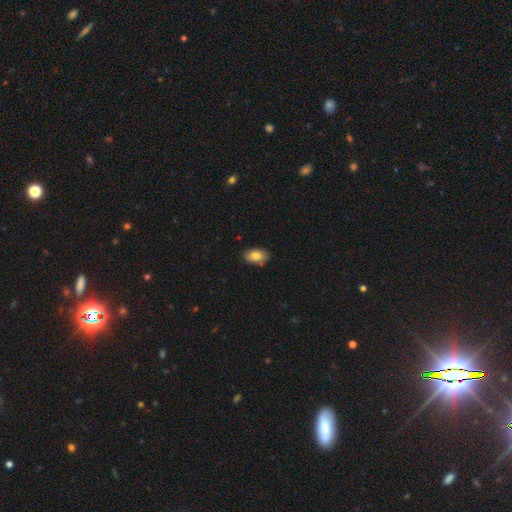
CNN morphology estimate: Smooth or featured?
  - smooth: 84% *
  - featured or disk: 9%
  - star or artifact: 8%
How rounded?
  - in between: 91% *
  - round: 7%
  - cigar-shaped: 2%
Merging?
  - none: 83% *
  - minor disturbance: 13%
  - merger: 3%
  - major disturbance: 2%